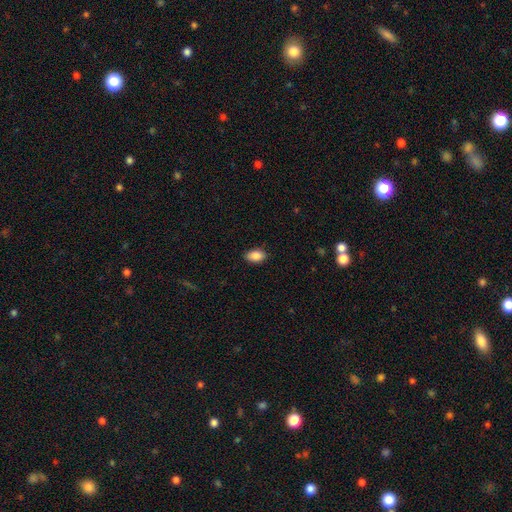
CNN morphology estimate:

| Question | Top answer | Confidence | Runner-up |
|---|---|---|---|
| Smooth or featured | smooth | 88% | star or artifact (7%) |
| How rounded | in between | 91% | round (7%) |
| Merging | none | 87% | minor disturbance (10%) |